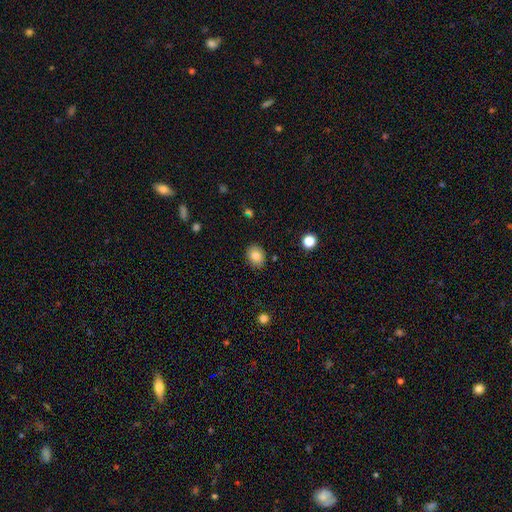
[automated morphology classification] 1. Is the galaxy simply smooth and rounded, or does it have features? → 84% smooth, 9% star or artifact, 7% featured or disk.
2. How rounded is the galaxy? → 51% in between, 48% round, 1% cigar-shaped.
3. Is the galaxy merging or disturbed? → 87% none, 9% minor disturbance, 2% major disturbance, 2% merger.